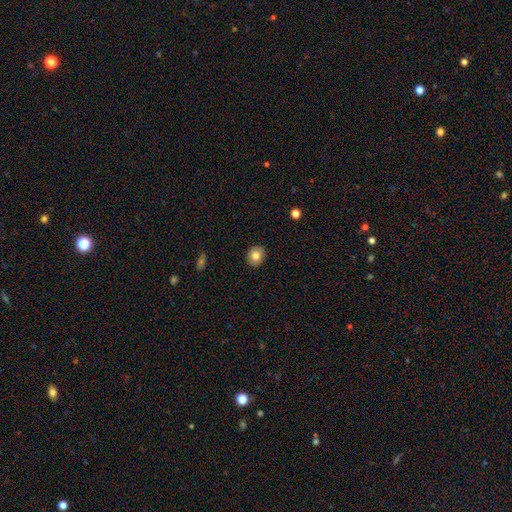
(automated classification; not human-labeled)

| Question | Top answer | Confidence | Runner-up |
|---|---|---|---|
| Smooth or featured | smooth | 79% | featured or disk (12%) |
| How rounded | round | 74% | in between (26%) |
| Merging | none | 90% | minor disturbance (7%) |